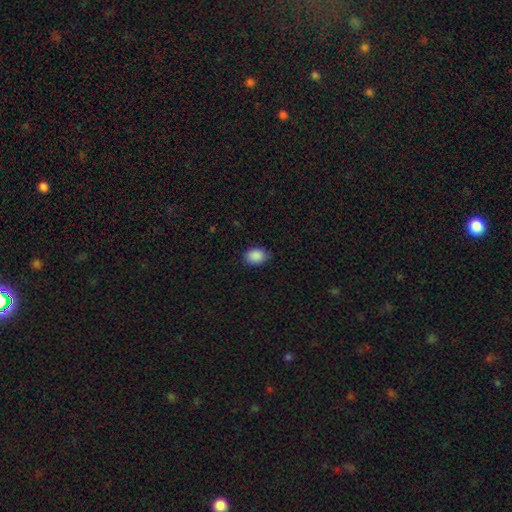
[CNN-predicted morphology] A smooth galaxy with no disk features (89%) that is in between round and cigar-shaped (67%).

Vote fractions:
- Smooth or featured? smooth: 89% / star or artifact: 8% / featured or disk: 3%
- How rounded? in between: 67% / round: 32% / cigar-shaped: 1%
- Merging? none: 84% / minor disturbance: 13% / major disturbance: 2% / merger: 1%